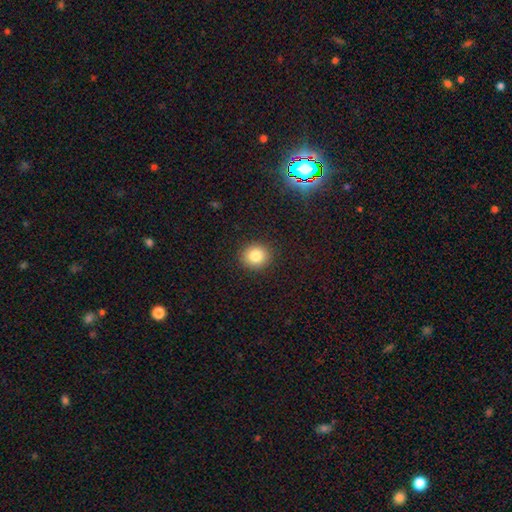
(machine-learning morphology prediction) Q: Smooth or featured?
A: smooth (83%); runner-up: star or artifact (10%)
Q: How rounded?
A: round (85%); runner-up: in between (14%)
Q: Merging?
A: none (91%); runner-up: minor disturbance (6%)